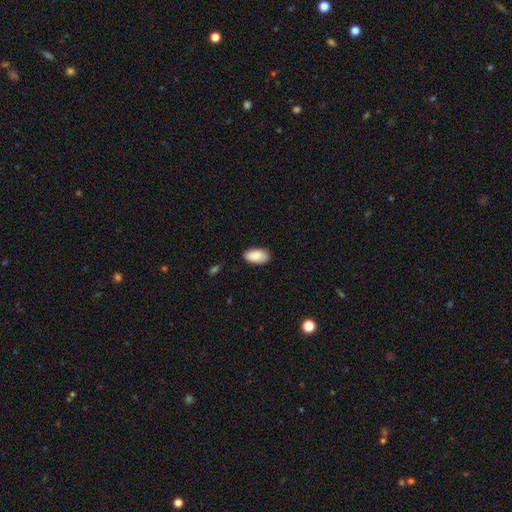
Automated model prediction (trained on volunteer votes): Q: Smooth or featured?
A: smooth (89%); runner-up: star or artifact (6%)
Q: How rounded?
A: in between (95%); runner-up: round (3%)
Q: Merging?
A: none (84%); runner-up: minor disturbance (13%)